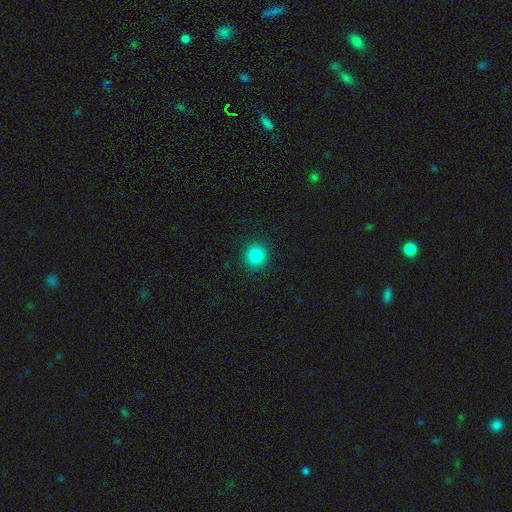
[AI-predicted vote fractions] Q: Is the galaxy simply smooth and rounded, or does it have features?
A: smooth — 83%.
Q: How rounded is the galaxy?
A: round — 93%.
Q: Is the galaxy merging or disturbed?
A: none — 92%.